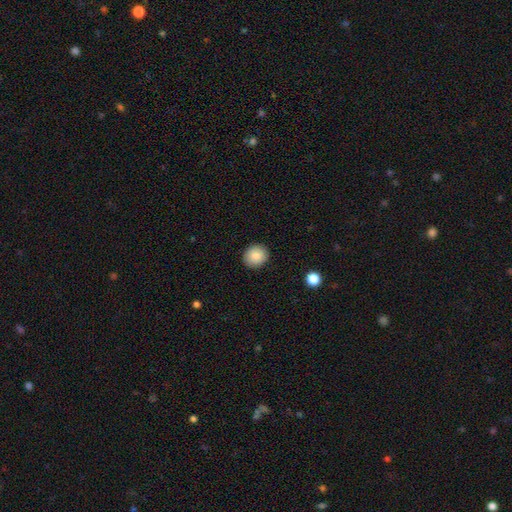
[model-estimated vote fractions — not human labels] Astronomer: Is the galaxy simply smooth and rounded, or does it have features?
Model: smooth — 86%.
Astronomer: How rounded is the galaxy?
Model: round — 79%.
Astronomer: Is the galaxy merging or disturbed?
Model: none — 91%.